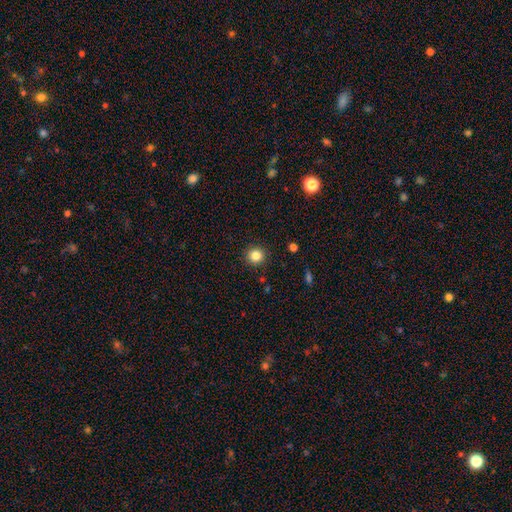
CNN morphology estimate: Smooth or featured?
  - smooth: 84% *
  - star or artifact: 11%
  - featured or disk: 5%
How rounded?
  - round: 94% *
  - in between: 5%
  - cigar-shaped: 1%
Merging?
  - none: 91% *
  - minor disturbance: 6%
  - major disturbance: 2%
  - merger: 1%